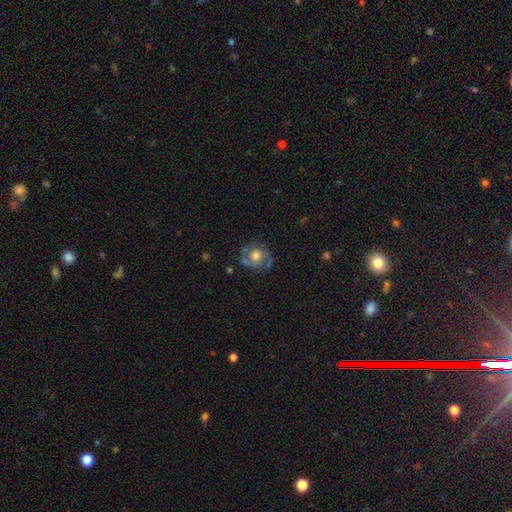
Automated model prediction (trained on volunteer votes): Smooth or featured?
  - featured or disk: 55% *
  - smooth: 36%
  - star or artifact: 8%
Edge-on disk?
  - no: 97% *
  - yes: 3%
Bar?
  - no: 81% *
  - weak: 17%
  - strong: 3%
Spiral arms?
  - yes: 72% *
  - no: 28%
Bulge size?
  - moderate: 61% *
  - large: 26%
  - small: 9%
  - none: 2%
  - dominant: 2%
Merging?
  - none: 68% *
  - minor disturbance: 20%
  - major disturbance: 9%
  - merger: 3%